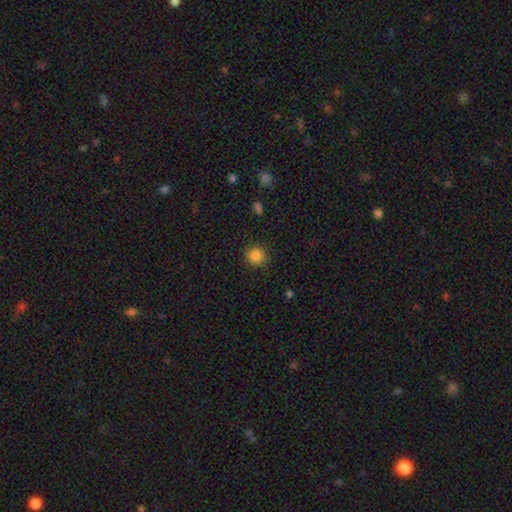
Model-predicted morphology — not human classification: Smooth or featured?
  - smooth: 86% *
  - star or artifact: 11%
  - featured or disk: 4%
How rounded?
  - round: 92% *
  - in between: 7%
  - cigar-shaped: 1%
Merging?
  - none: 89% *
  - minor disturbance: 7%
  - major disturbance: 2%
  - merger: 1%